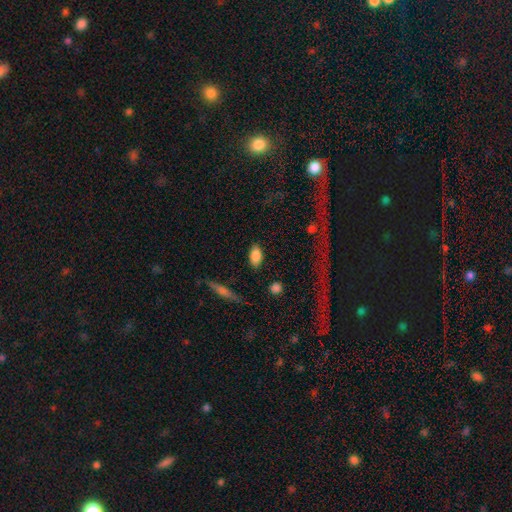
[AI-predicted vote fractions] smooth_or_featured: smooth (p=0.85) [alt: featured or disk p=0.08]
how_rounded: in between (p=0.91) [alt: cigar-shaped p=0.05]
merging: none (p=0.86) [alt: minor disturbance p=0.09]